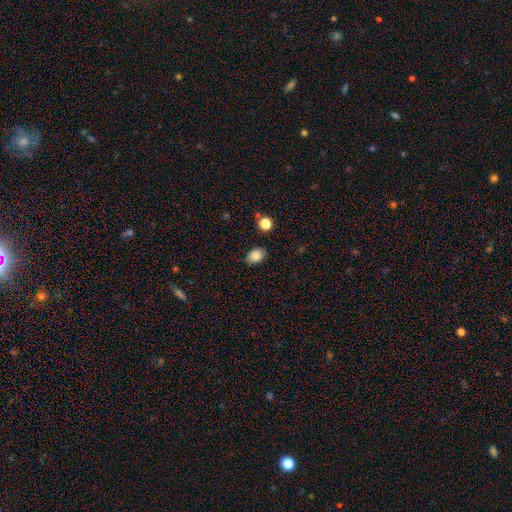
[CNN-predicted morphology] A smooth galaxy with no disk features (85%) that is in between round and cigar-shaped (70%). Merging: none (83%).